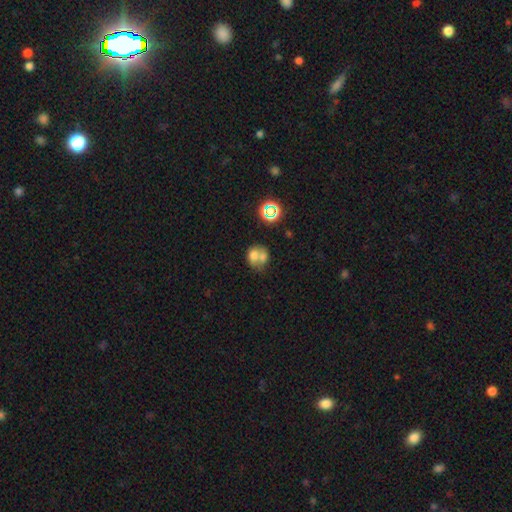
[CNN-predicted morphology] Q: Smooth or featured?
A: smooth (62%); runner-up: featured or disk (24%)
Q: How rounded?
A: round (59%); runner-up: in between (40%)
Q: Merging?
A: merger (64%); runner-up: none (23%)